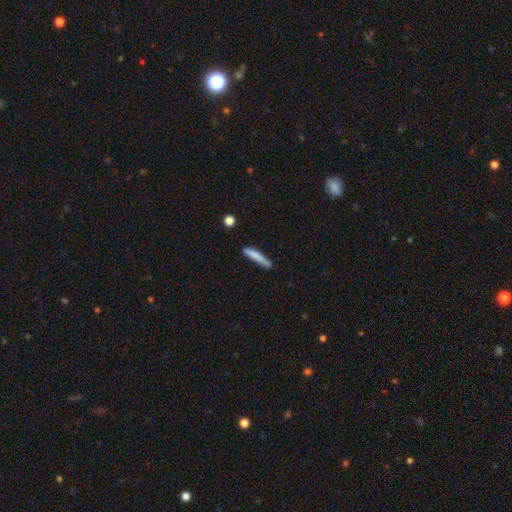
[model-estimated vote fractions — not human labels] This is likely a smooth galaxy (77%). How rounded: clearly cigar-shaped (93%). Merging: likely none (77%).